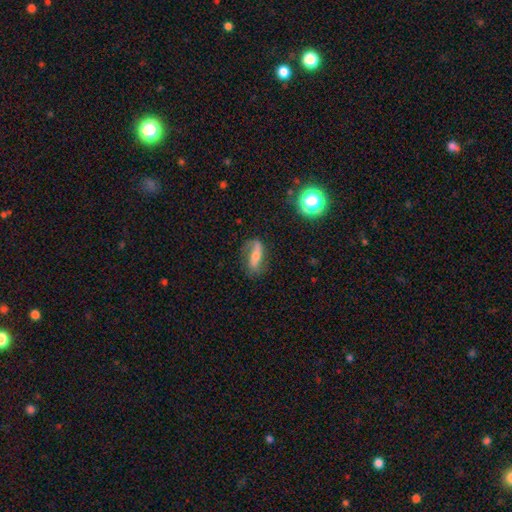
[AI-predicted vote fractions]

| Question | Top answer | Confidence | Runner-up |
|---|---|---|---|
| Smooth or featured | featured or disk | 60% | smooth (28%) |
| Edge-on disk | no | 89% | yes (11%) |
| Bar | strong | 36% | no (33%) |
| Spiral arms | yes | 88% | no (12%) |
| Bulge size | small | 43% | moderate (35%) |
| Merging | none | 65% | minor disturbance (21%) |